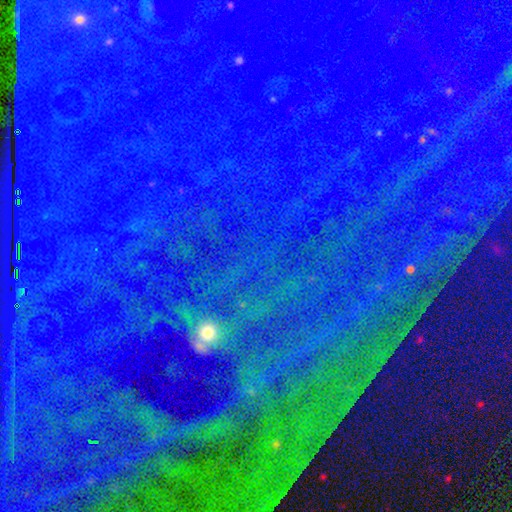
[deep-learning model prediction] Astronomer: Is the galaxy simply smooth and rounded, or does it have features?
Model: star or artifact — 85%.